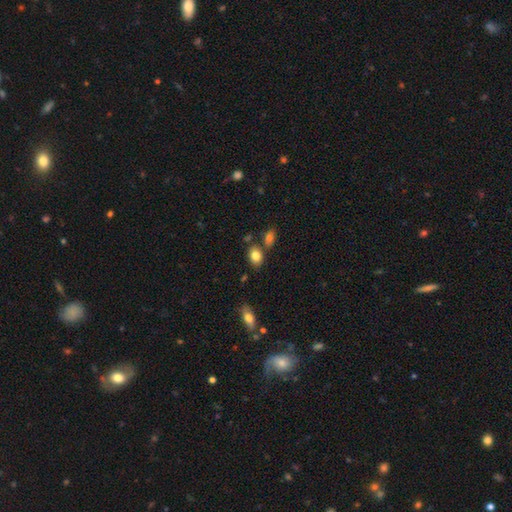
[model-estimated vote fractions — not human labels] Overall: smooth (83%). How rounded: in between (72%). Merging: none (74%).